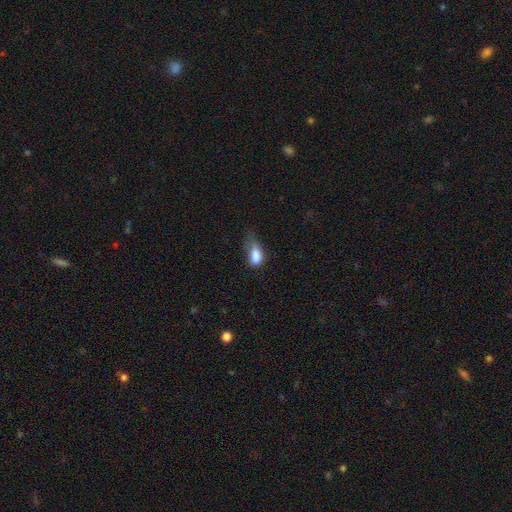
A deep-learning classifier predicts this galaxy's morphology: Smooth or featured?
  - smooth: 83% *
  - star or artifact: 9%
  - featured or disk: 8%
How rounded?
  - in between: 87% *
  - cigar-shaped: 8%
  - round: 6%
Merging?
  - minor disturbance: 40% *
  - major disturbance: 32%
  - none: 25%
  - merger: 3%